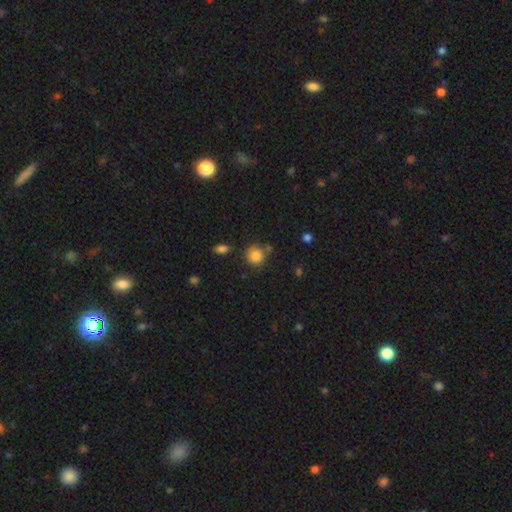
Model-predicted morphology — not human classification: Smooth or featured? smooth (84%)
How rounded? round (85%)
Merging? none (69%)